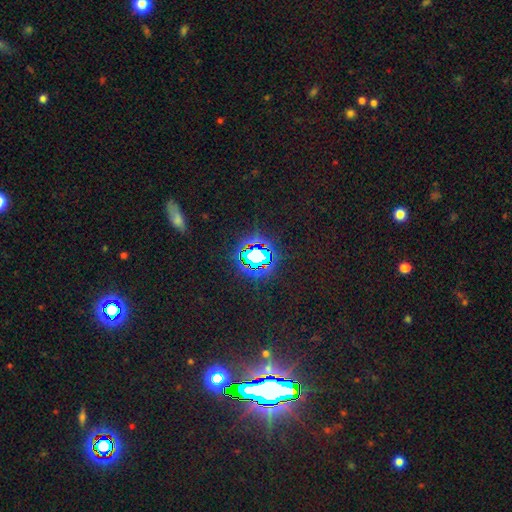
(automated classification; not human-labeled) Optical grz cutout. It shows a star or artifact, not a galaxy (74%).